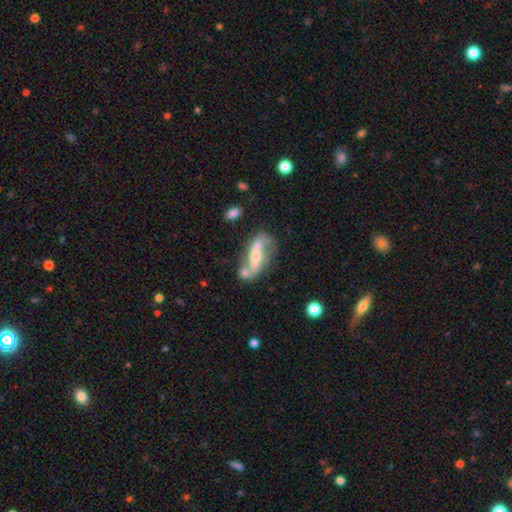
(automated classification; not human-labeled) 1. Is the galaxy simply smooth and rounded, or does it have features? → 78% featured or disk, 16% smooth, 6% star or artifact.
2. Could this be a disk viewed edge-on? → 84% no, 16% yes.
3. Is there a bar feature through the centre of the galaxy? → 39% strong, 35% no, 27% weak.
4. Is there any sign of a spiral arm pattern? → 86% yes, 14% no.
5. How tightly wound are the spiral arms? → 69% loose, 22% medium, 10% tight.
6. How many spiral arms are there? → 89% 2, 5% can't tell, 3% 1, 1% 3, 1% 4, 1% more than 4.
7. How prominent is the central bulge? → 47% moderate, 46% small, 3% large, 2% none, 1% dominant.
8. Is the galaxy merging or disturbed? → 60% none, 18% minor disturbance, 14% merger, 8% major disturbance.